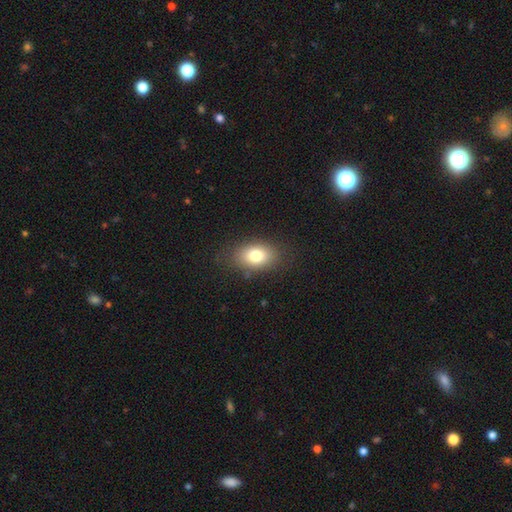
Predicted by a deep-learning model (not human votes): smooth-or-featured: smooth: 78% | featured or disk: 12% | star or artifact: 10%
  how-rounded: in between: 80% | round: 18% | cigar-shaped: 1%
  merging: none: 82% | minor disturbance: 13% | major disturbance: 4% | merger: 1%